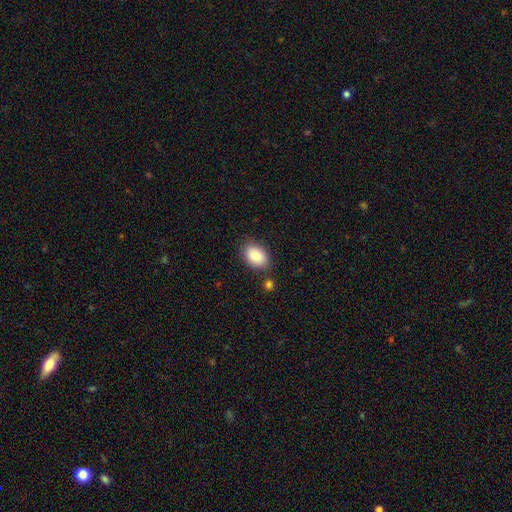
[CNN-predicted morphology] Smooth or featured? smooth (88%)
How rounded? in between (88%)
Merging? none (77%)